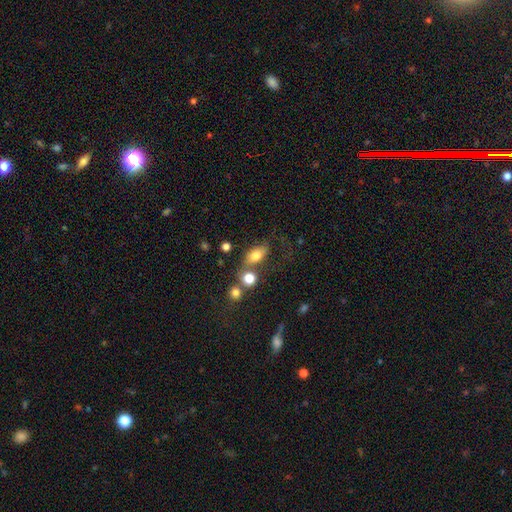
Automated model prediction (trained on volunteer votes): Smooth or featured?
  - smooth: 74% *
  - featured or disk: 16%
  - star or artifact: 11%
How rounded?
  - in between: 79% *
  - round: 13%
  - cigar-shaped: 7%
Merging?
  - none: 49% *
  - merger: 20%
  - minor disturbance: 18%
  - major disturbance: 12%